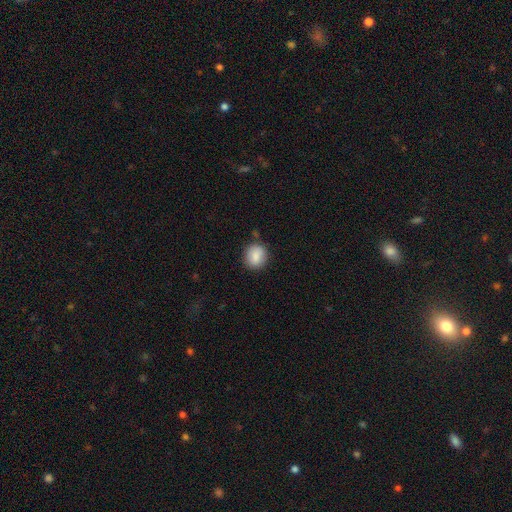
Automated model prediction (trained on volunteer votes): Smooth or featured? Predicted: smooth (p=0.86). How rounded? Predicted: round (p=0.76). Merging? Predicted: none (p=0.82).